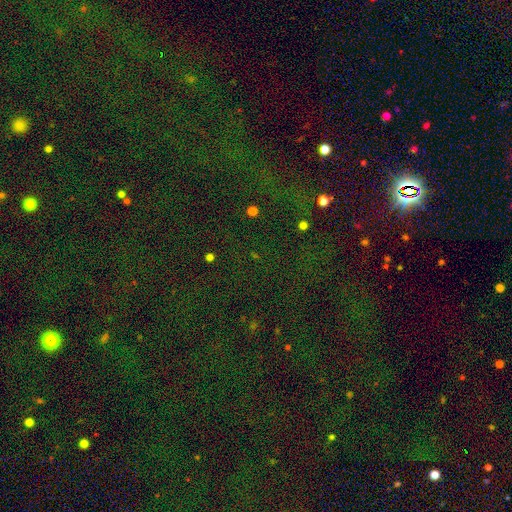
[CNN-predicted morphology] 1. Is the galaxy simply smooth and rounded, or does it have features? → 80% star or artifact, 12% smooth, 8% featured or disk.